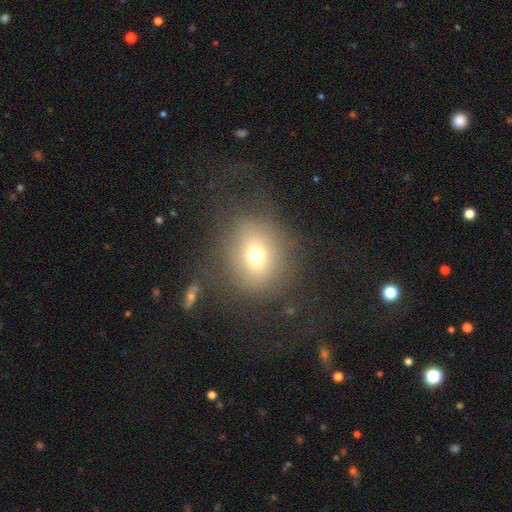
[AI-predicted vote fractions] Q: Smooth or featured?
A: smooth (67%); runner-up: star or artifact (17%)
Q: How rounded?
A: round (84%); runner-up: in between (15%)
Q: Merging?
A: none (73%); runner-up: minor disturbance (13%)